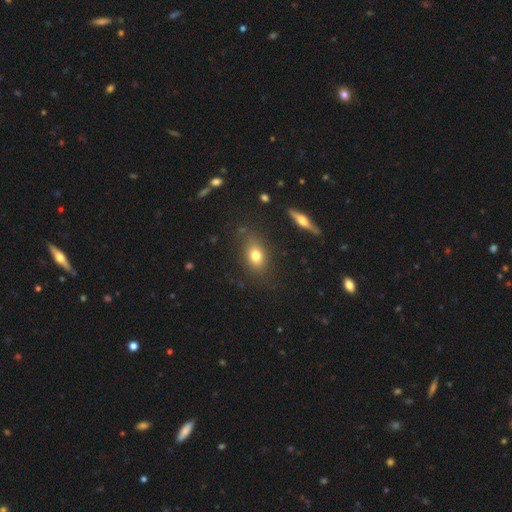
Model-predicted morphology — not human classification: This is likely a smooth galaxy (73%). How rounded: likely in between (73%). Merging: likely none (79%).